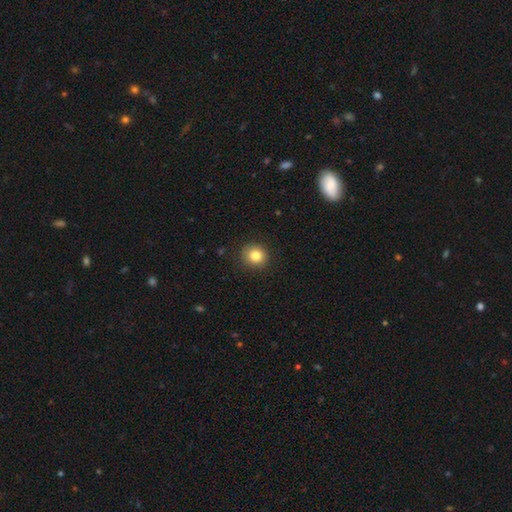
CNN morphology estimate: The model was most divided on "smooth or featured": smooth: 82%, star or artifact: 11%, featured or disk: 7%. More confident: merging — none (88%); how rounded — round (87%).